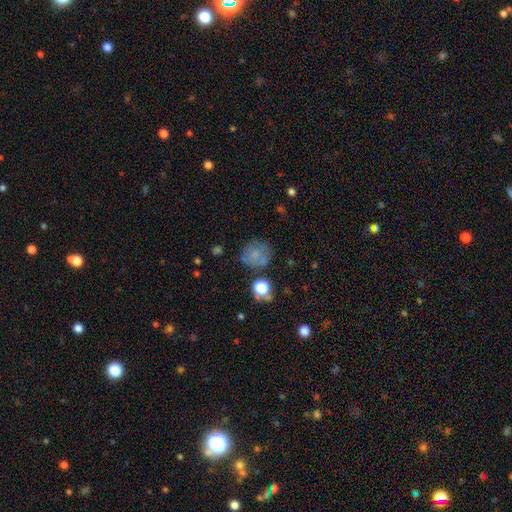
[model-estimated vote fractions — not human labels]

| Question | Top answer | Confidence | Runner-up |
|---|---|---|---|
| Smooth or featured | smooth | 69% | featured or disk (18%) |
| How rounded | round | 87% | in between (12%) |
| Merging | none | 64% | minor disturbance (20%) |